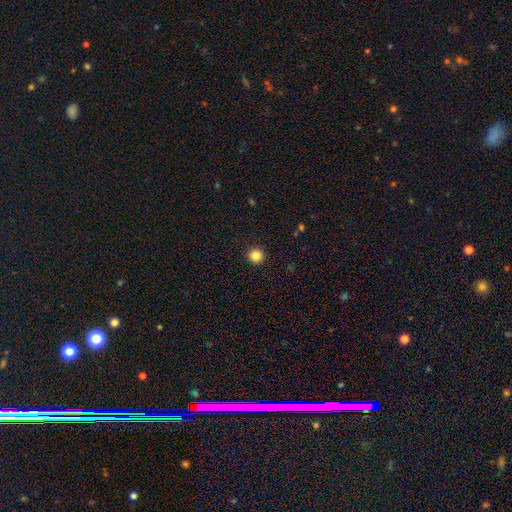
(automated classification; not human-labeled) This is clearly a smooth galaxy (85%). How rounded: clearly round (96%). Merging: clearly none (93%).